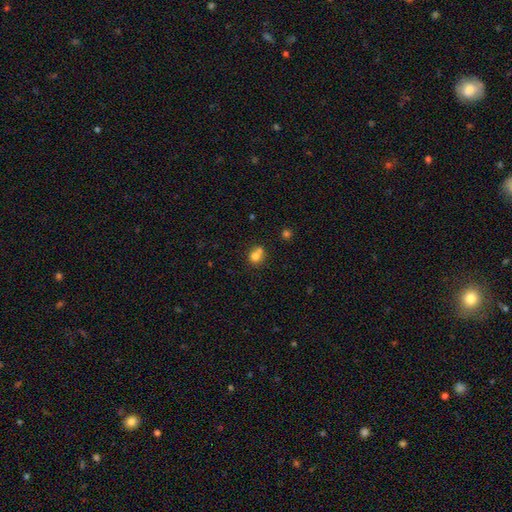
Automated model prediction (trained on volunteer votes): smooth-or-featured: smooth: 75% | featured or disk: 13% | star or artifact: 12%
  how-rounded: round: 74% | in between: 26% | cigar-shaped: 1%
  merging: merger: 45% | none: 40% | minor disturbance: 11% | major disturbance: 4%